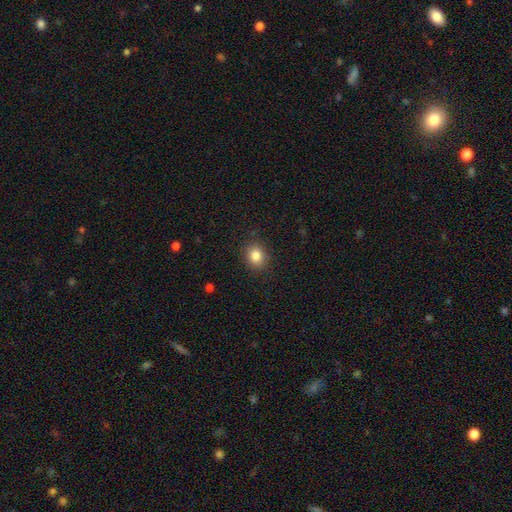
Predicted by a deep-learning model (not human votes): smooth_or_featured: smooth (p=0.84) [alt: star or artifact p=0.10]
how_rounded: round (p=0.61) [alt: in between p=0.38]
merging: none (p=0.88) [alt: minor disturbance p=0.08]